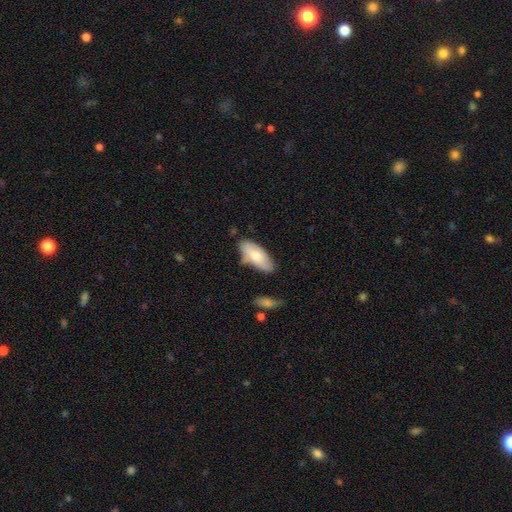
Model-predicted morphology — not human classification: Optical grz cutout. It shows a smooth galaxy with no disk features (71%) that is in between round and cigar-shaped (85%). Merging: none (65%).